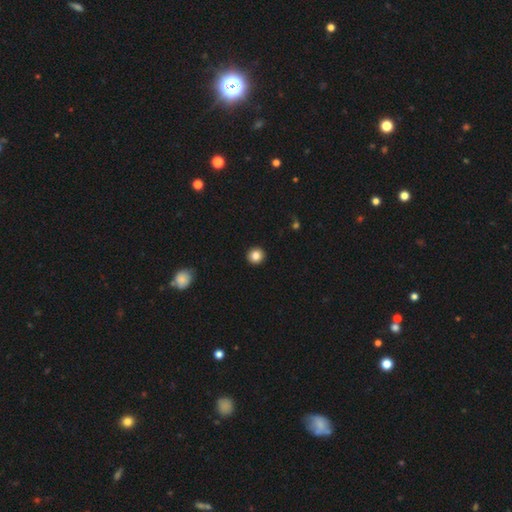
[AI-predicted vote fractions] Smooth or featured? smooth (85%)
How rounded? round (94%)
Merging? none (93%)